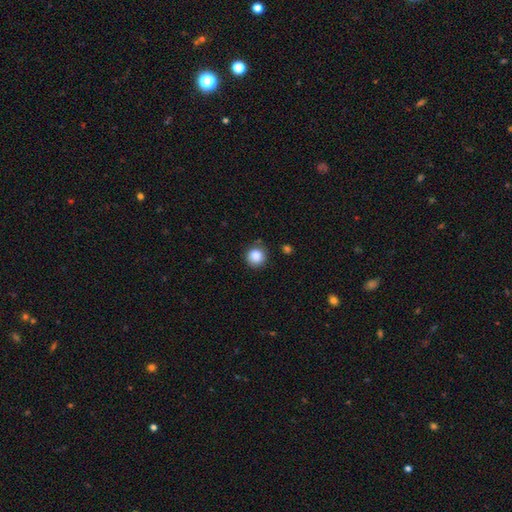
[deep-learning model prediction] smooth-or-featured: smooth: 87% | star or artifact: 10% | featured or disk: 4%
  how-rounded: round: 94% | in between: 5% | cigar-shaped: 1%
  merging: none: 85% | minor disturbance: 10% | major disturbance: 3% | merger: 2%